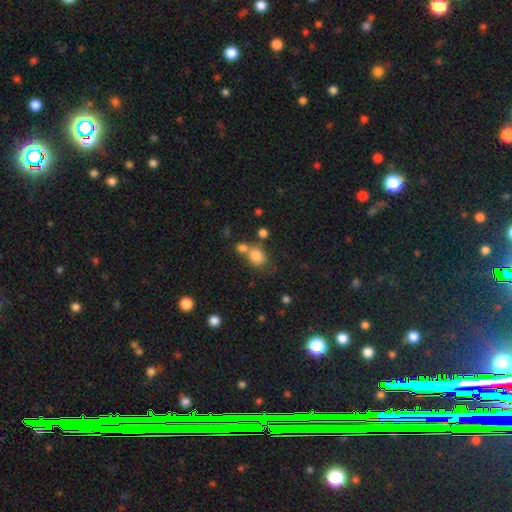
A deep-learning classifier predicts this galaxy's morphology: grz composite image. It shows a smooth galaxy with no disk features (81%) that is round (57%). Merging: merger (41%, tied with none).